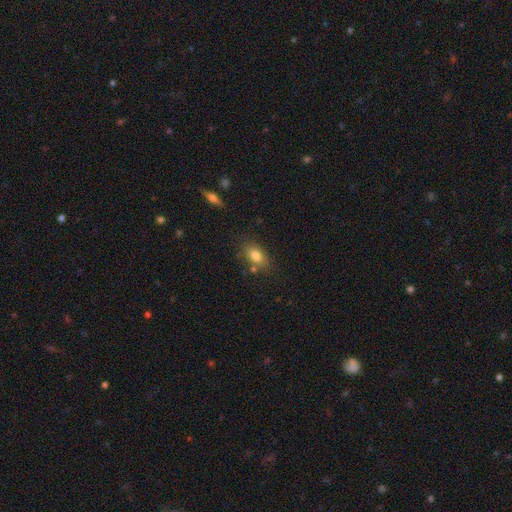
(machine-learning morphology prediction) smooth-or-featured: smooth: 79% | featured or disk: 11% | star or artifact: 10%
  how-rounded: in between: 81% | round: 16% | cigar-shaped: 3%
  merging: none: 75% | minor disturbance: 15% | merger: 7% | major disturbance: 4%